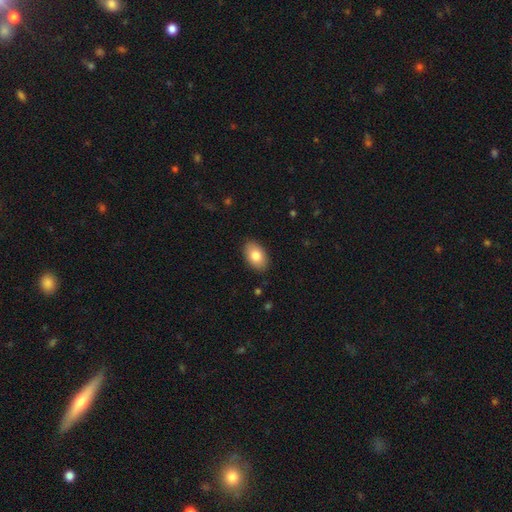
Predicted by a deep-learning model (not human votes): The model was most divided on "smooth or featured": smooth: 82%, featured or disk: 12%, star or artifact: 7%. More confident: how rounded — in between (92%); merging — none (88%).